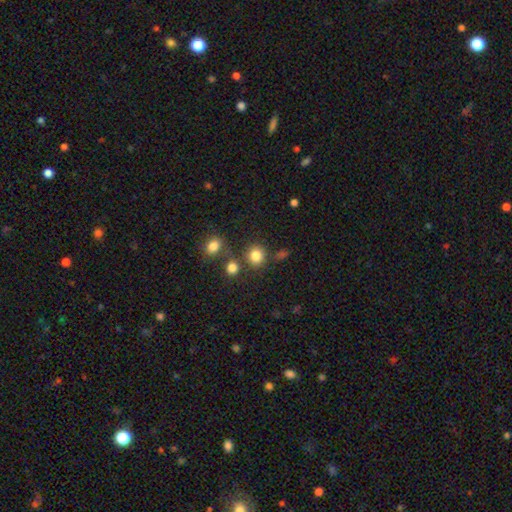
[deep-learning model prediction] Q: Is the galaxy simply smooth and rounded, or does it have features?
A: smooth — 82%.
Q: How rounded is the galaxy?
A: round — 78%.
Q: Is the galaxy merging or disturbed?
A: none — 74%.